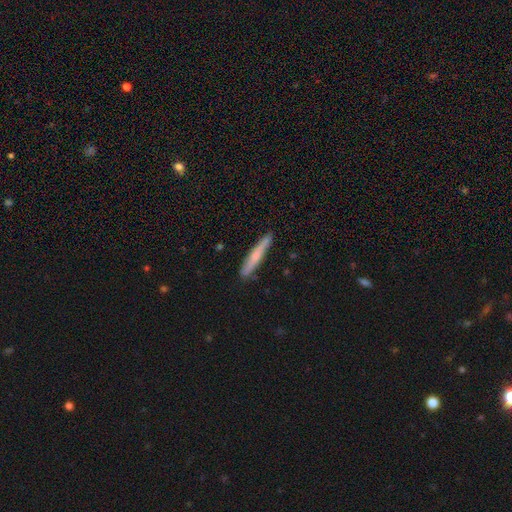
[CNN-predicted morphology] Overall: smooth (59%; featured or disk 35%). How rounded: cigar-shaped (95%). Merging: none (87%).